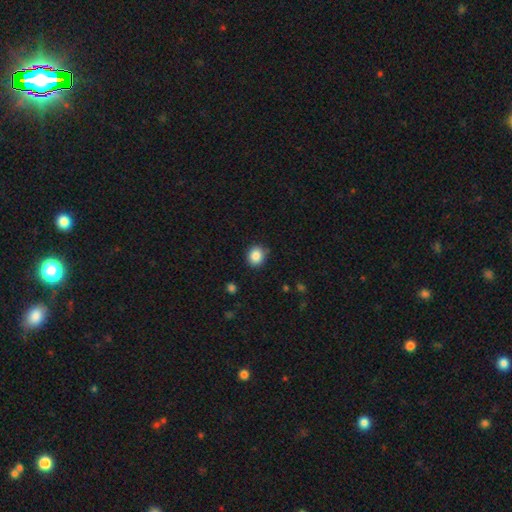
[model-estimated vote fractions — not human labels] Morphology: type=smooth (86%); roundness=round (78%); merging=none (86%).